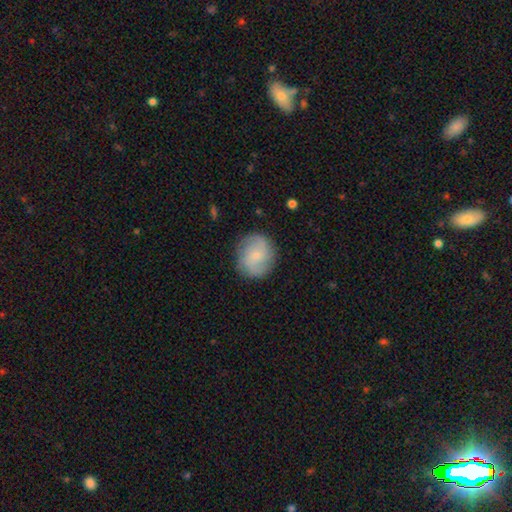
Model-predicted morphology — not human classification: The model was most divided on "smooth or featured": featured or disk: 52%, smooth: 41%, star or artifact: 8%. More confident: edge-on disk — no (97%); spiral arms — yes (86%); merging — none (82%); bulge size — small (78%); bar — no (68%).